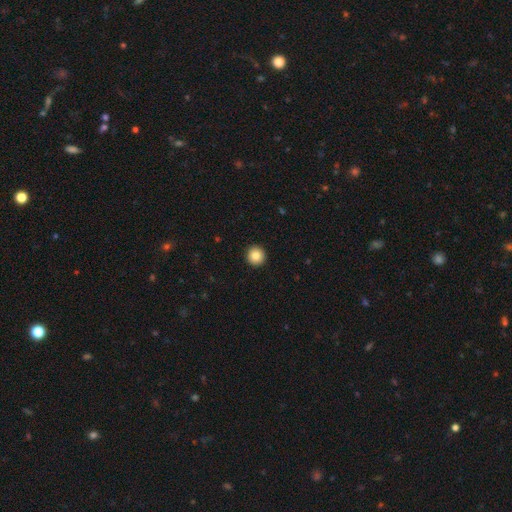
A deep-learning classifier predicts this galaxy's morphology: smooth-or-featured: smooth: 87% | star or artifact: 9% | featured or disk: 5%
  how-rounded: round: 95% | in between: 4% | cigar-shaped: 1%
  merging: none: 93% | minor disturbance: 4% | major disturbance: 1% | merger: 1%